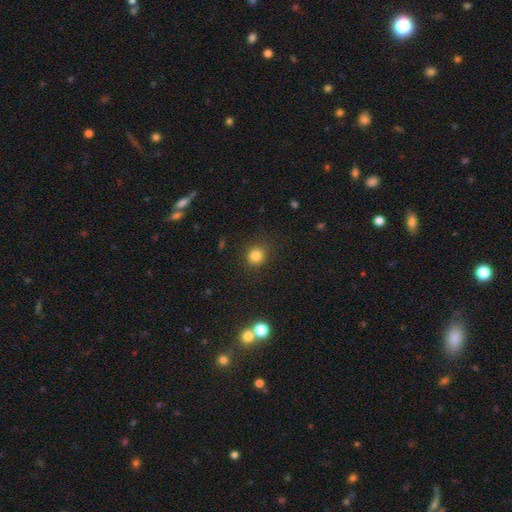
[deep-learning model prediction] A smooth galaxy with no disk features (82%) that is round (89%). Merging: none (88%).